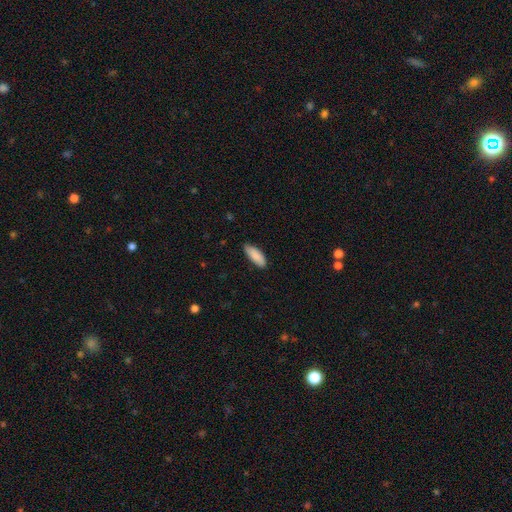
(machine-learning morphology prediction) A smooth galaxy with no disk features (89%) that is in between round and cigar-shaped (75%).

Vote fractions:
- Smooth or featured? smooth: 89% / star or artifact: 6% / featured or disk: 5%
- How rounded? in between: 75% / cigar-shaped: 24% / round: 1%
- Merging? none: 80% / minor disturbance: 16% / major disturbance: 2% / merger: 1%